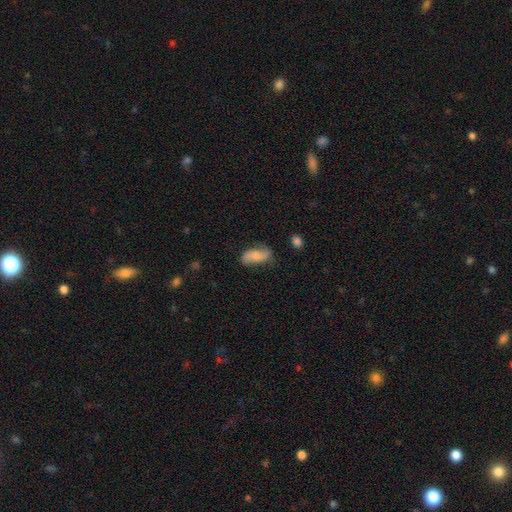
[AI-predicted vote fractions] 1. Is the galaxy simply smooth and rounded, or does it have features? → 61% smooth, 32% featured or disk, 7% star or artifact.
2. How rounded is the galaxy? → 85% in between, 12% cigar-shaped, 3% round.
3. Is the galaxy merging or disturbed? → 65% none, 25% minor disturbance, 7% major disturbance, 2% merger.